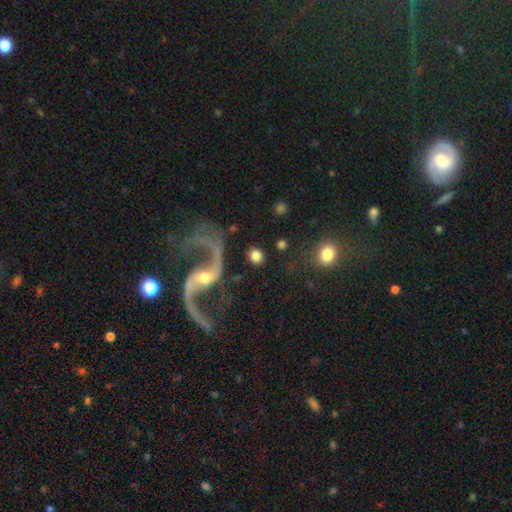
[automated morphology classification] Smooth or featured? smooth (63%)
How rounded? round (78%)
Merging? none (78%)